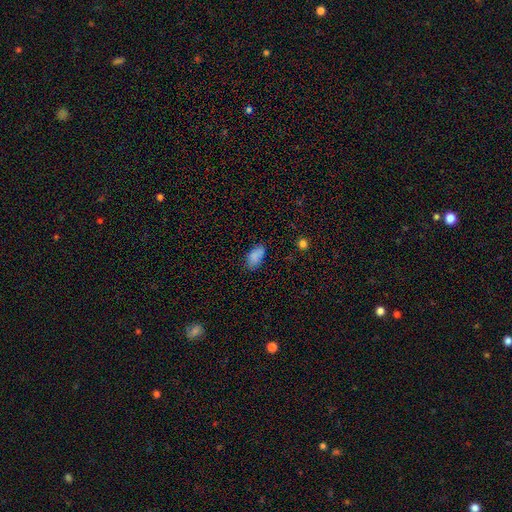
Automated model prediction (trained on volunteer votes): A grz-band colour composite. It shows a smooth galaxy with no disk features (84%) that is in between round and cigar-shaped (92%). Merging: none (72%).